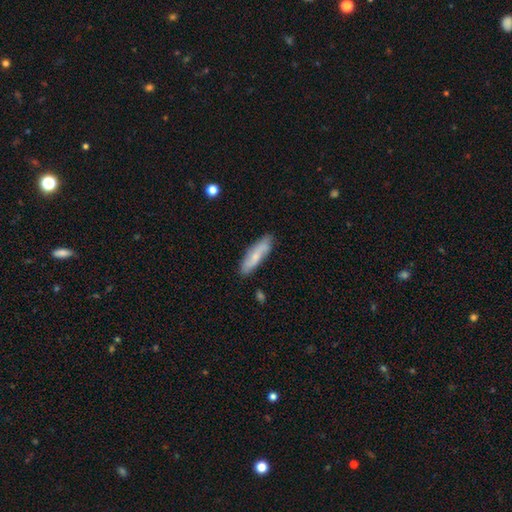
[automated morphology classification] The model was most divided on "smooth or featured": smooth: 52%, featured or disk: 42%, star or artifact: 6%. More confident: merging — none (82%); how rounded — cigar-shaped (60%).